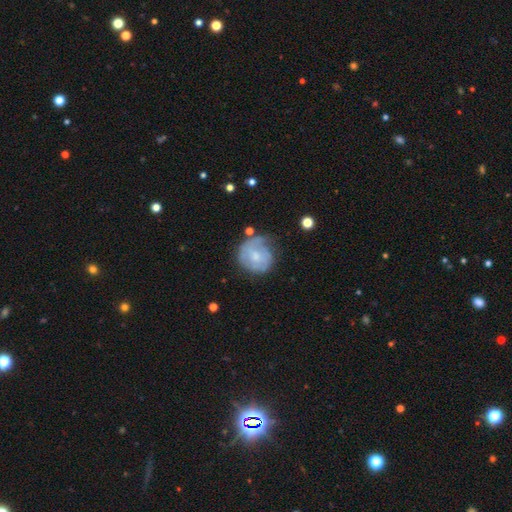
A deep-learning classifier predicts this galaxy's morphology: Smooth or featured? Predicted: featured or disk (p=0.47). Merging? Predicted: none (p=0.52).